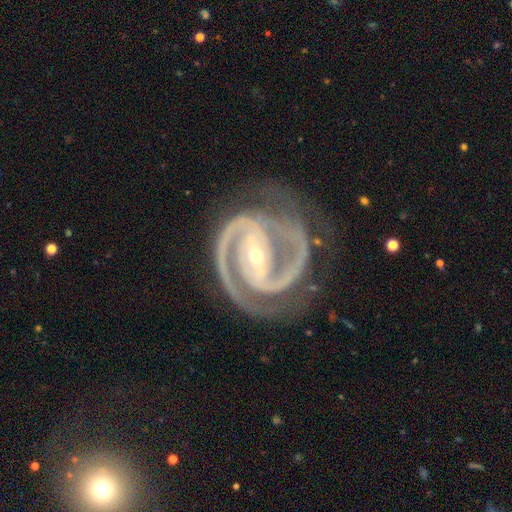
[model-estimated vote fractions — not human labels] A featured or disk galaxy (93%) with a strong bar (60%), 2 (88%) tight (55%) spiral arms (99%) and a small central bulge (73%).

Vote fractions:
- Smooth or featured? featured or disk: 93% / star or artifact: 4% / smooth: 2%
- Edge-on disk? no: 98% / yes: 2%
- Bar? strong: 60% / weak: 24% / no: 16%
- Spiral arms? yes: 99% / no: 1%
- Spiral winding? tight: 55% / medium: 40% / loose: 5%
- Spiral arm count? 2: 88% / 3: 5% / can't tell: 2% / 1: 2% / 4: 1% / more than 4: 1%
- Bulge size? small: 73% / moderate: 24% / large: 1% / none: 1% / dominant: 1%
- Merging? none: 69% / minor disturbance: 18% / major disturbance: 11% / merger: 2%